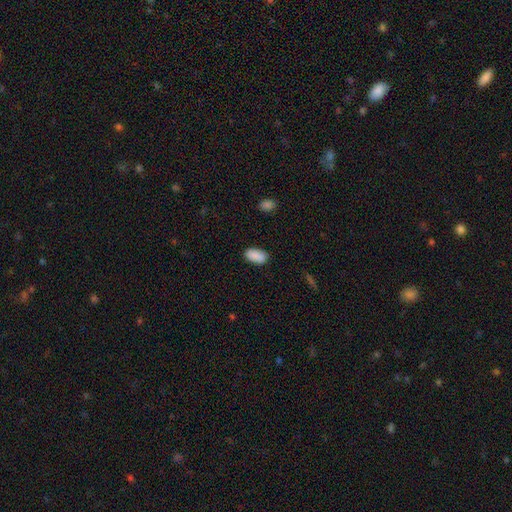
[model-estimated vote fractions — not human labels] Morphology: type=smooth (89%); roundness=in between (94%); merging=none (85%).